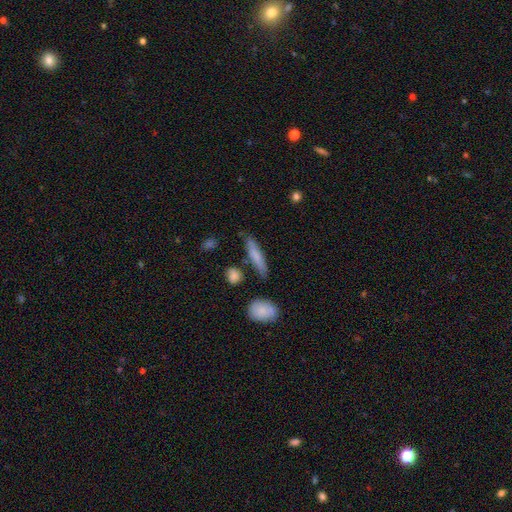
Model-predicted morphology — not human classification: A smooth galaxy with no disk features (72%) that is cigar-shaped (81%).

Vote fractions:
- Smooth or featured? smooth: 72% / featured or disk: 21% / star or artifact: 7%
- How rounded? cigar-shaped: 81% / in between: 16% / round: 3%
- Merging? none: 77% / minor disturbance: 15% / merger: 5% / major disturbance: 4%